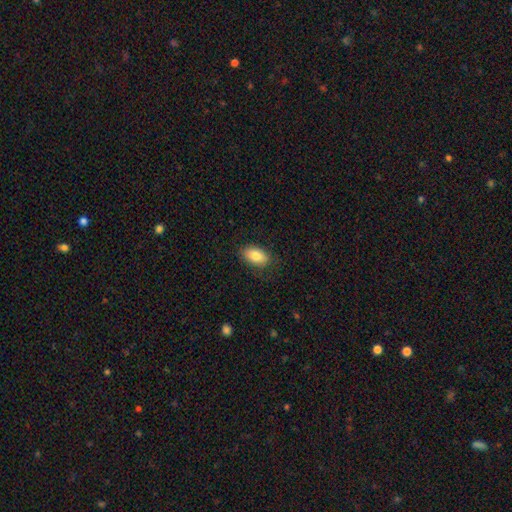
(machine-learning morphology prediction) smooth_or_featured: smooth (p=0.83) [alt: featured or disk p=0.10]
how_rounded: in between (p=0.91) [alt: round p=0.07]
merging: none (p=0.83) [alt: minor disturbance p=0.13]